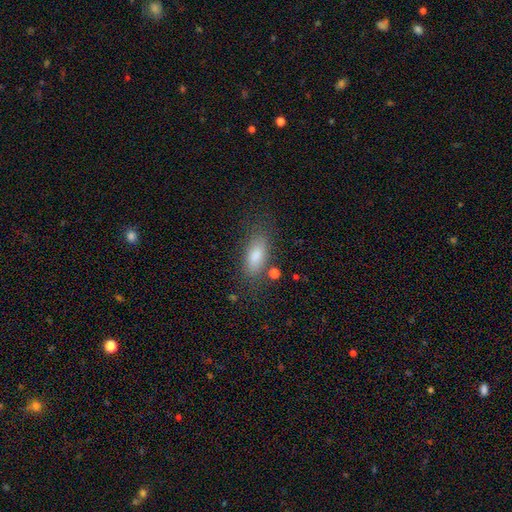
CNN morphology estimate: The model was most divided on "how rounded": in between: 78%, cigar-shaped: 19%, round: 3%. More confident: smooth or featured — smooth (80%); merging — none (75%).